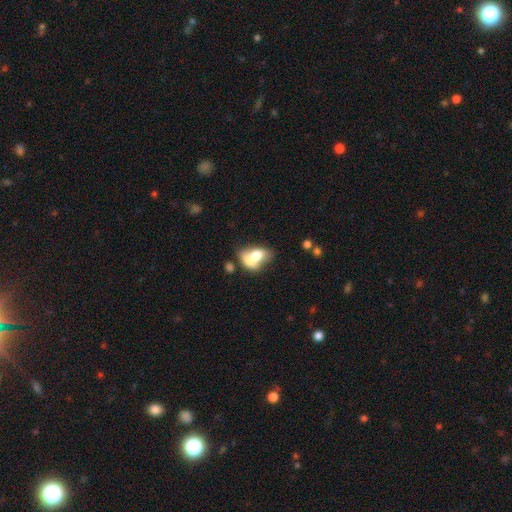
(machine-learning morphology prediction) The model was most divided on "smooth or featured": smooth: 64%, featured or disk: 27%, star or artifact: 8%. More confident: how rounded — in between (77%); merging — merger (68%).